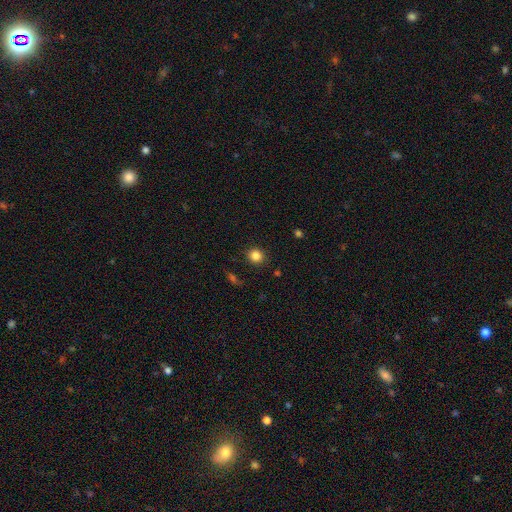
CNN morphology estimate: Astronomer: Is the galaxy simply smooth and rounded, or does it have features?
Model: smooth — 84%.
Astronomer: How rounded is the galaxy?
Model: round — 88%.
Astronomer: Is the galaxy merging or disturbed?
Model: none — 90%.